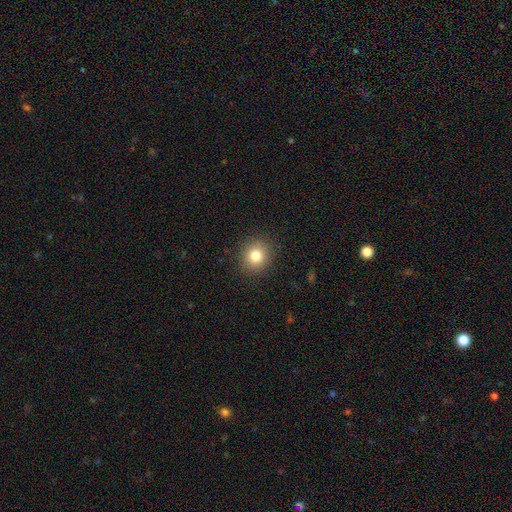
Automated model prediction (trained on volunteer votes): The model was most divided on "smooth or featured": smooth: 81%, star or artifact: 12%, featured or disk: 7%. More confident: merging — none (90%); how rounded — round (84%).